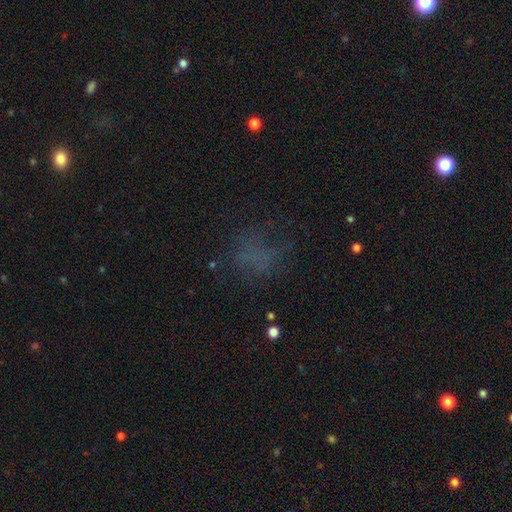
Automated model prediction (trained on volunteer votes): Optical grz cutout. It shows a smooth galaxy with no disk features (45%). Merging: none (58%).